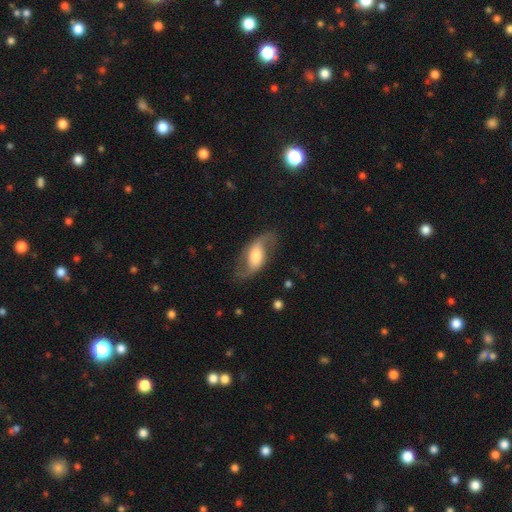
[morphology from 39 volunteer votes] Volunteers were most divided on "bulge size" (2-way tie): large: 42%, moderate: 42%, small: 11%, none: 5%, dominant: 0%. Remaining: spiral arm count — 2 (93%); edge-on disk — no (83%); spiral arms — yes (79%); merging — none (60%); smooth or featured — featured or disk (59%); bar — weak (58%); spiral winding — loose (47%).